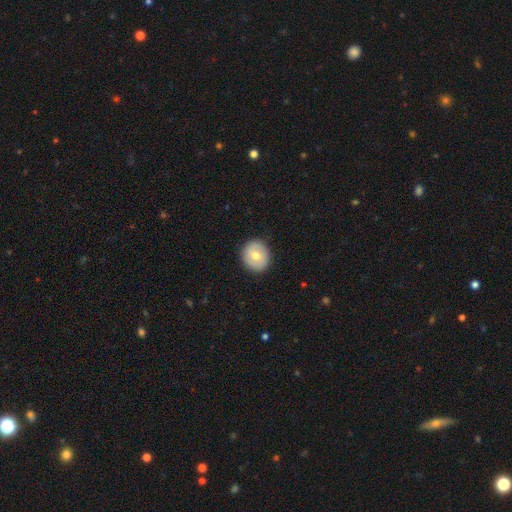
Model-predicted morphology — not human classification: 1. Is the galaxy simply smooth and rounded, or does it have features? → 68% smooth, 25% featured or disk, 7% star or artifact.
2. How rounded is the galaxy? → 81% round, 19% in between, 1% cigar-shaped.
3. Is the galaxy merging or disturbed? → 89% none, 8% minor disturbance, 2% major disturbance, 1% merger.